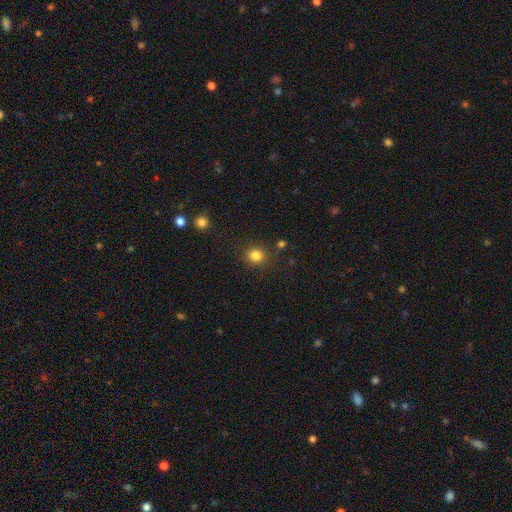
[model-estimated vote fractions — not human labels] Morphology: type=smooth (82%); roundness=round (87%); merging=none (86%).